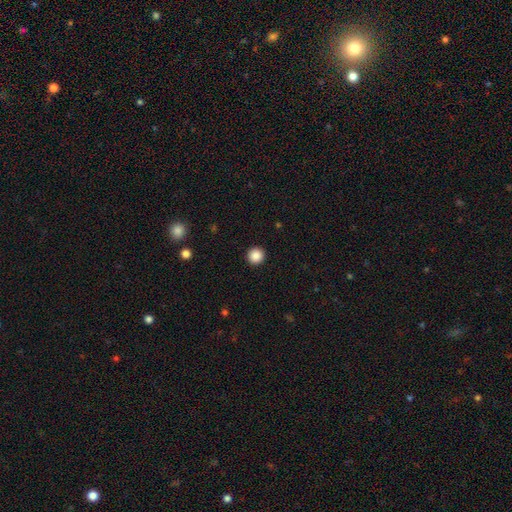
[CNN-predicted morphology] A smooth galaxy with no disk features (88%) that is round (96%).

Vote fractions:
- Smooth or featured? smooth: 88% / star or artifact: 10% / featured or disk: 3%
- How rounded? round: 96% / in between: 3% / cigar-shaped: 1%
- Merging? none: 94% / minor disturbance: 4% / major disturbance: 1% / merger: 1%